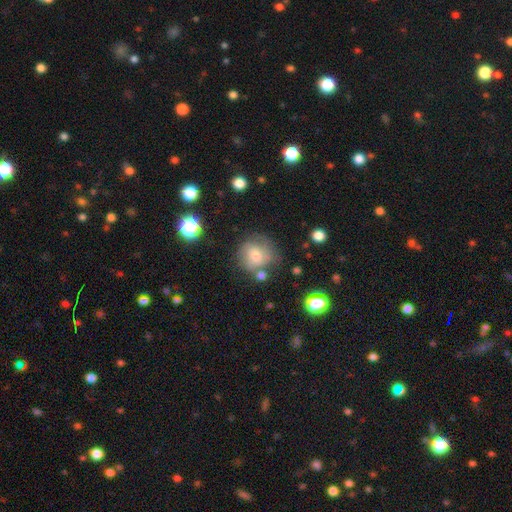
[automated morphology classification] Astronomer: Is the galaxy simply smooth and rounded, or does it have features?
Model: smooth — 65%.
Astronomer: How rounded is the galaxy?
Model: round — 82%.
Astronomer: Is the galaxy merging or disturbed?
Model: none — 57%.